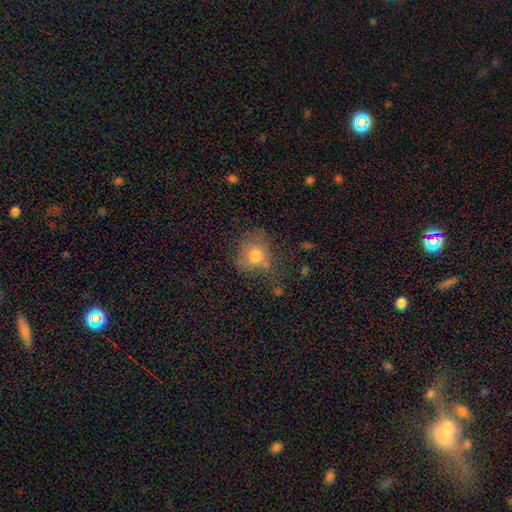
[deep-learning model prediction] A smooth galaxy with no disk features (75%) that is round (69%).

Vote fractions:
- Smooth or featured? smooth: 75% / featured or disk: 14% / star or artifact: 11%
- How rounded? round: 69% / in between: 30% / cigar-shaped: 1%
- Merging? none: 53% / minor disturbance: 27% / major disturbance: 15% / merger: 5%